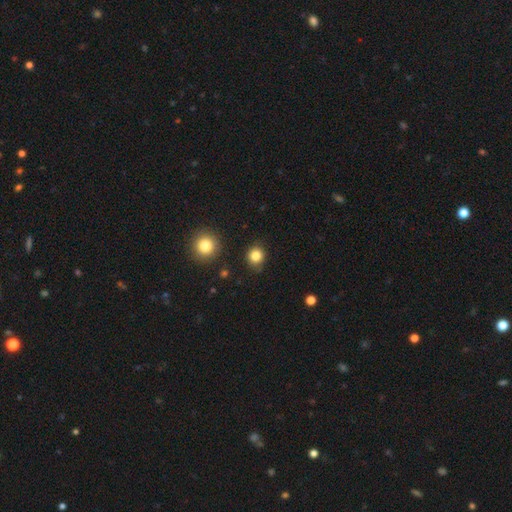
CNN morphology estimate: smooth_or_featured: smooth (p=0.83) [alt: star or artifact p=0.12]
how_rounded: round (p=0.86) [alt: in between p=0.13]
merging: none (p=0.87) [alt: minor disturbance p=0.08]